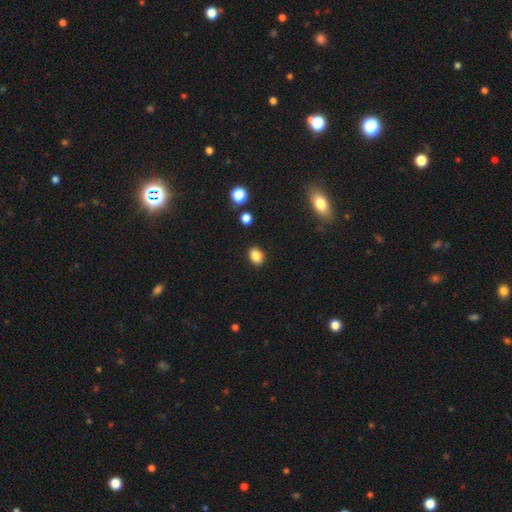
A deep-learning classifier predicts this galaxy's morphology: smooth_or_featured: smooth (p=0.85) [alt: star or artifact p=0.10]
how_rounded: in between (p=0.67) [alt: round p=0.32]
merging: none (p=0.88) [alt: minor disturbance p=0.08]